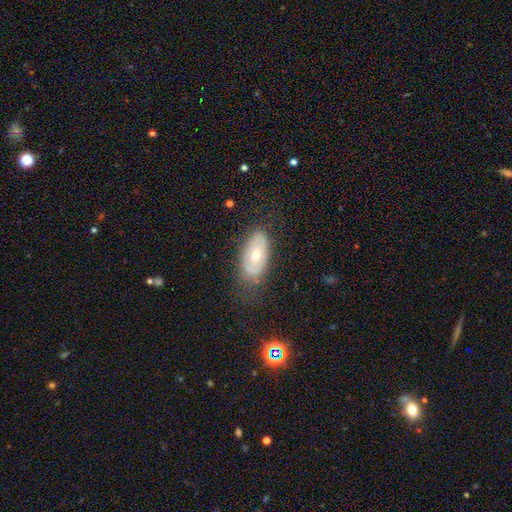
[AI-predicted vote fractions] This appears to be a featured or disk galaxy (50%). Merging: none (69%).